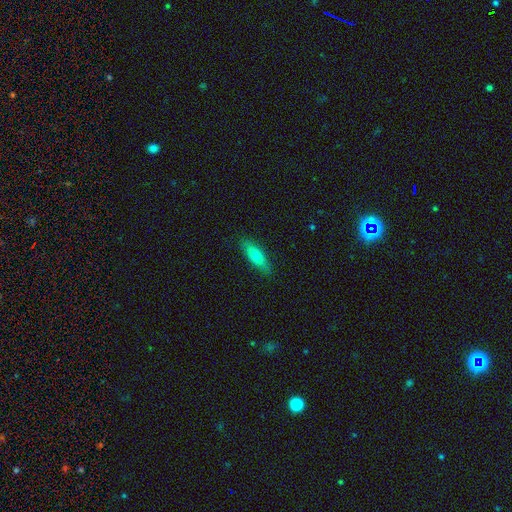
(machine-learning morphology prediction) A smooth galaxy with no disk features (72%) that is in between round and cigar-shaped (50%). Merging: none (87%).